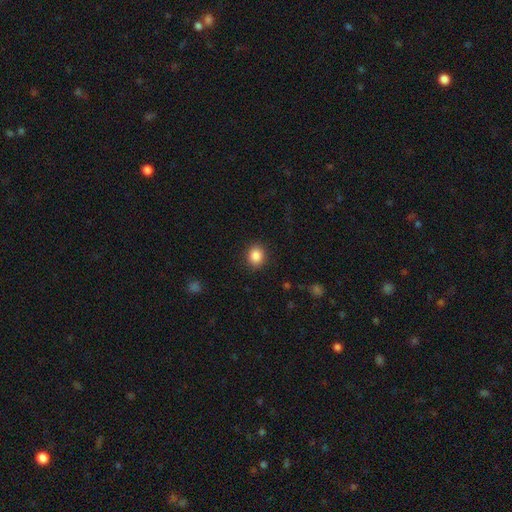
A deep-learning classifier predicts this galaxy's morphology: The model was most divided on "how rounded": round: 67%, in between: 32%, cigar-shaped: 1%. More confident: merging — none (89%); smooth or featured — smooth (87%).